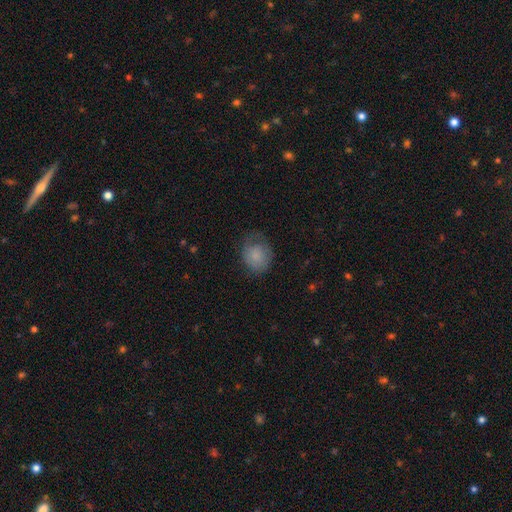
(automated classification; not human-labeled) This is likely a smooth galaxy (79%). How rounded: possibly round (57%). Merging: possibly none (56%).